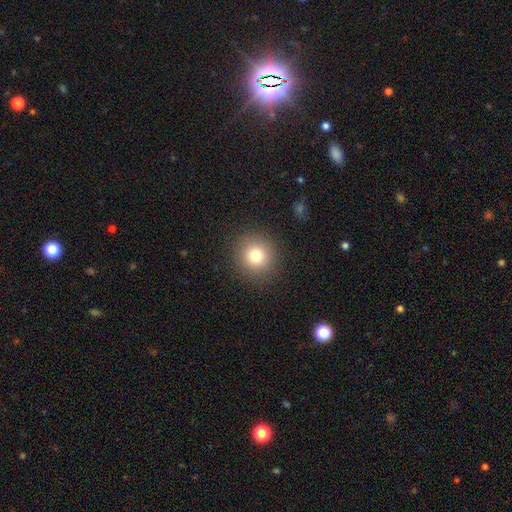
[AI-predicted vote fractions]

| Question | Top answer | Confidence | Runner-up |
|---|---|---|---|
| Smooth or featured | smooth | 78% | star or artifact (13%) |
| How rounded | round | 92% | in between (7%) |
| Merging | none | 90% | minor disturbance (6%) |